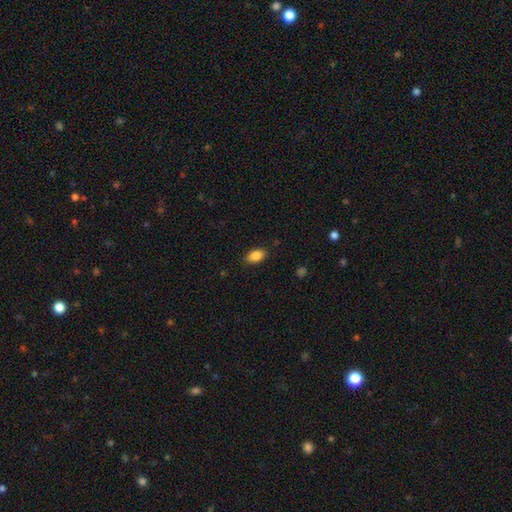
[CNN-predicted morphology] Smooth or featured? Predicted: smooth (p=0.87). How rounded? Predicted: in between (p=0.90). Merging? Predicted: none (p=0.86).